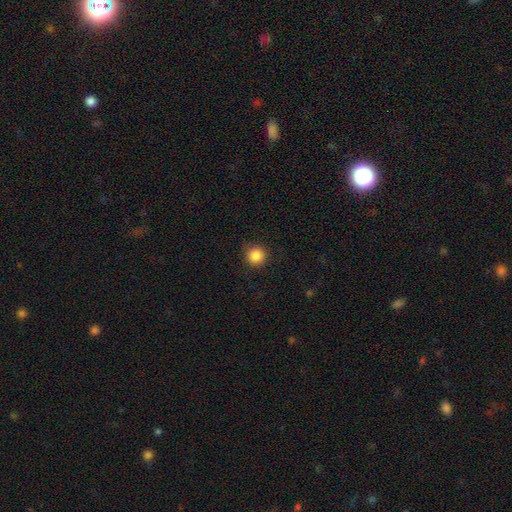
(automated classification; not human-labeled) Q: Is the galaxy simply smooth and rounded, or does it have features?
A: smooth — 86%.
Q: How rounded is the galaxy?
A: round — 94%.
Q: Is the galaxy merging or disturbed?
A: none — 88%.